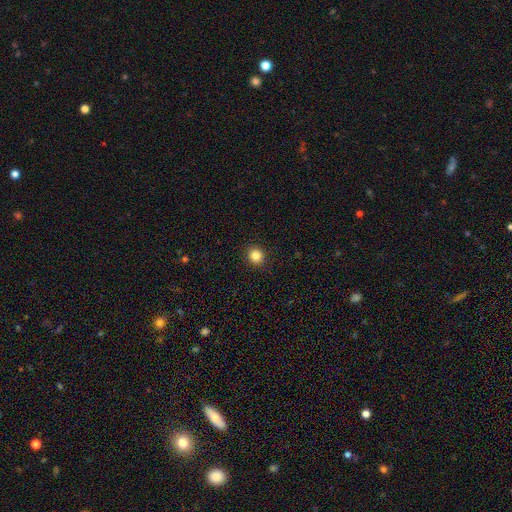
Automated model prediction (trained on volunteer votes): A smooth galaxy with no disk features (84%) that is round (88%).

Vote fractions:
- Smooth or featured? smooth: 84% / star or artifact: 11% / featured or disk: 4%
- How rounded? round: 88% / in between: 11% / cigar-shaped: 1%
- Merging? none: 92% / minor disturbance: 5% / major disturbance: 2% / merger: 1%